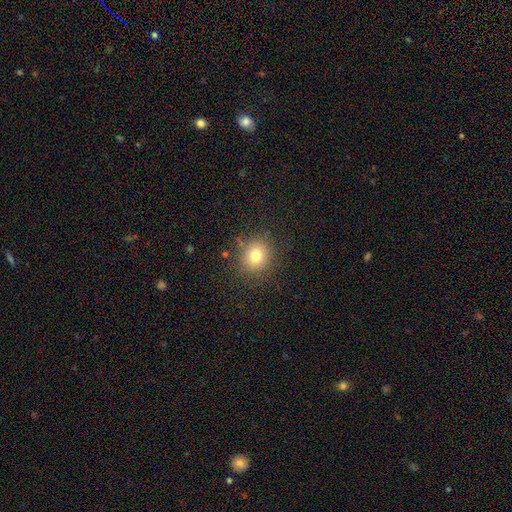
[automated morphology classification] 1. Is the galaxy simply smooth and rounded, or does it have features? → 78% smooth, 14% star or artifact, 9% featured or disk.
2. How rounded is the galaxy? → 81% round, 18% in between, 1% cigar-shaped.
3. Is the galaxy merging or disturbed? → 84% none, 10% minor disturbance, 4% major disturbance, 2% merger.